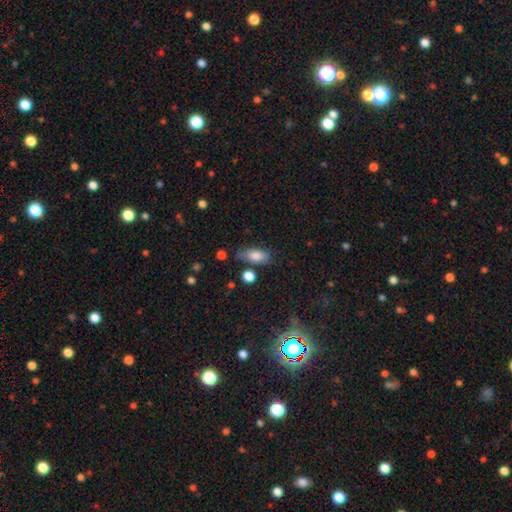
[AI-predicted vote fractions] The model was most divided on "merging": none: 66%, minor disturbance: 22%, merger: 6%, major disturbance: 6%. More confident: how rounded — in between (83%); smooth or featured — smooth (80%).